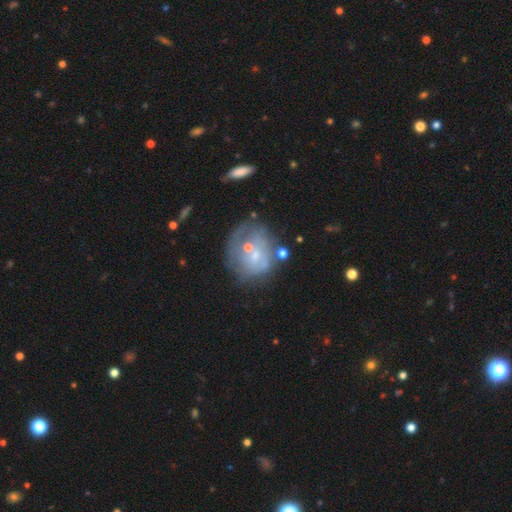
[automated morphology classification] featured or disk 53%, smooth 35%, star or artifact 12%. Down the decision tree: edge-on disk — no (97%); bar — no (79%); spiral arms — no (60%); bulge size — small (61%); merging — none (48%).